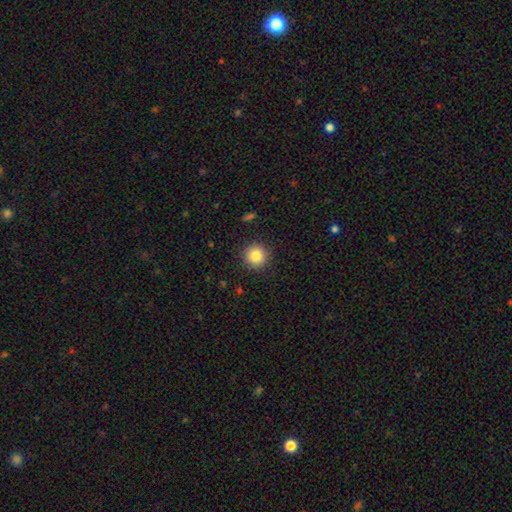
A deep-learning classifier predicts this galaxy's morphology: Q: Smooth or featured?
A: smooth (84%); runner-up: star or artifact (10%)
Q: How rounded?
A: round (95%); runner-up: in between (4%)
Q: Merging?
A: none (91%); runner-up: minor disturbance (6%)